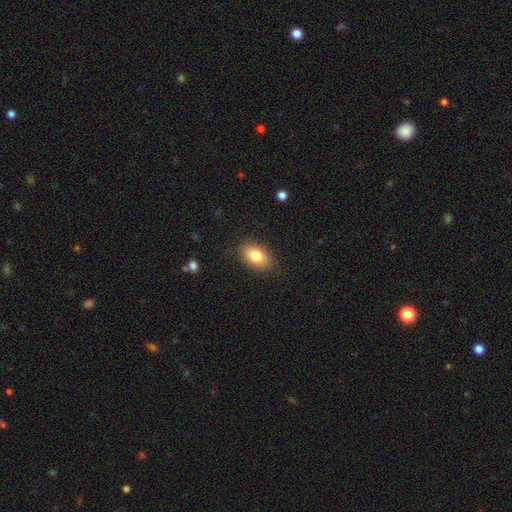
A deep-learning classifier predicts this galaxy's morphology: Smooth or featured? Predicted: smooth (p=0.82). How rounded? Predicted: in between (p=0.85). Merging? Predicted: none (p=0.86).